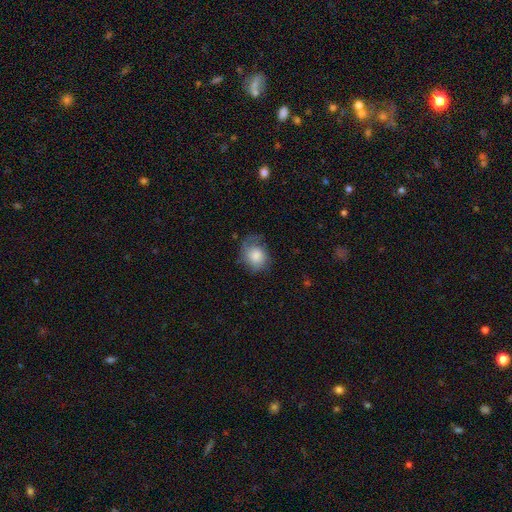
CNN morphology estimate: A smooth galaxy with no disk features (76%) that is round (53%).

Vote fractions:
- Smooth or featured? smooth: 76% / featured or disk: 17% / star or artifact: 7%
- How rounded? round: 53% / in between: 46% / cigar-shaped: 1%
- Merging? none: 51% / minor disturbance: 31% / major disturbance: 16% / merger: 2%